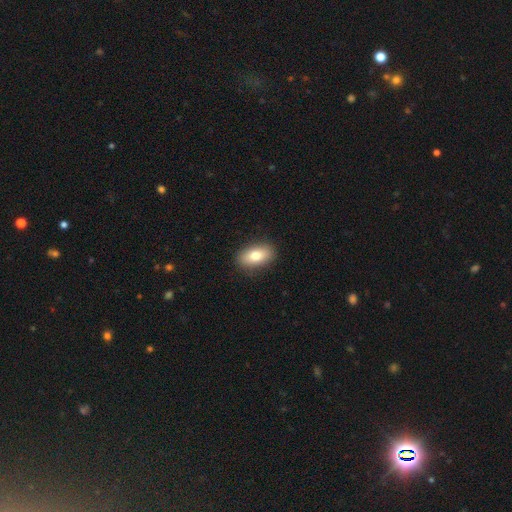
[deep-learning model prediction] Morphology: type=smooth (79%); roundness=in between (89%); merging=none (88%).